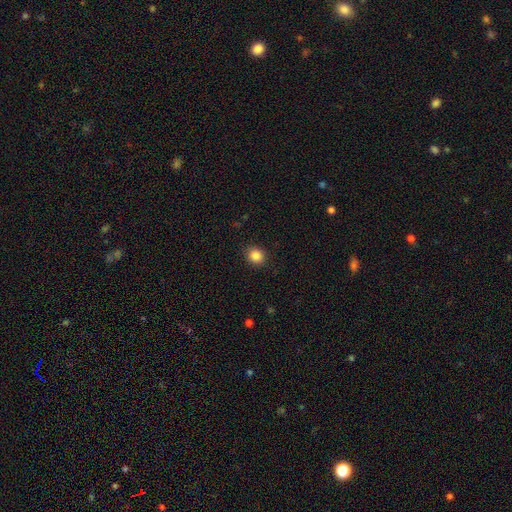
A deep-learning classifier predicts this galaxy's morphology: Q: Smooth or featured?
A: smooth (86%); runner-up: star or artifact (10%)
Q: How rounded?
A: round (79%); runner-up: in between (20%)
Q: Merging?
A: none (90%); runner-up: minor disturbance (7%)